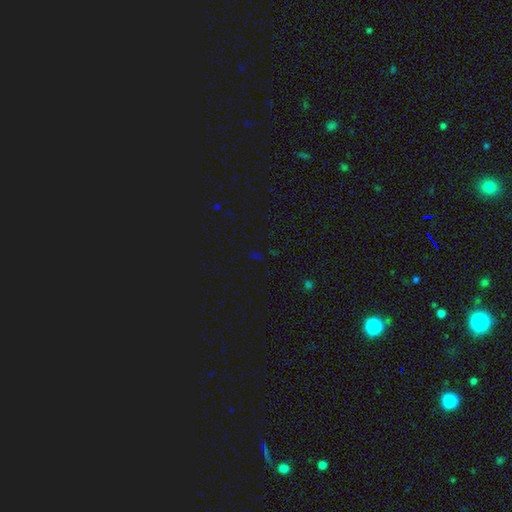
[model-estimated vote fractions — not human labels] Smooth or featured: star or artifact — 69% (smooth — 23%)